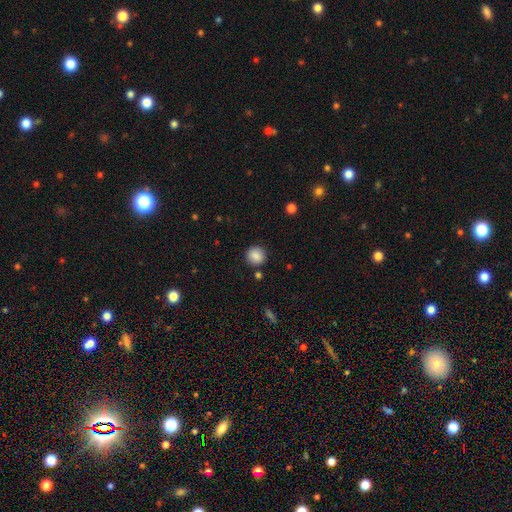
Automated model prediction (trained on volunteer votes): Smooth or featured? Predicted: smooth (p=0.87). How rounded? Predicted: round (p=0.93). Merging? Predicted: none (p=0.88).